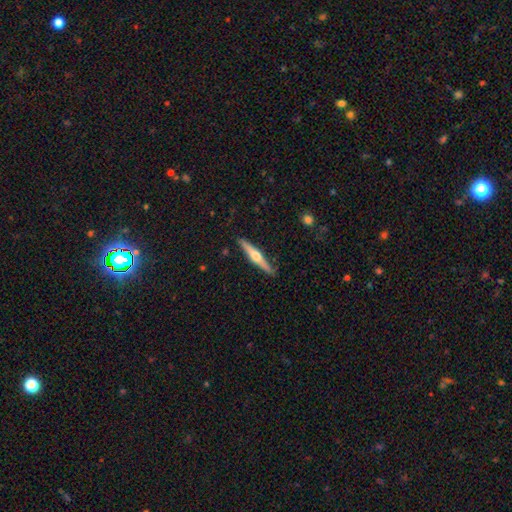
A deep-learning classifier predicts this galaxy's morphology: Smooth or featured? Predicted: featured or disk (p=0.69). Edge-on disk? Predicted: yes (p=0.98). Edge-on bulge? Predicted: rounded (p=0.94). Merging? Predicted: none (p=0.88).